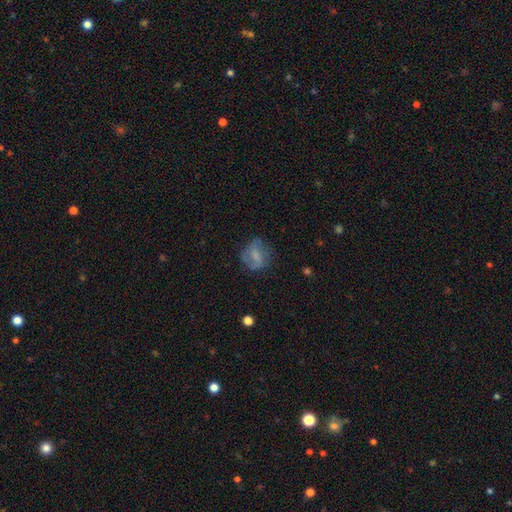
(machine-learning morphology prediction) Smooth or featured? smooth (51%)
How rounded? round (57%)
Merging? none (57%)